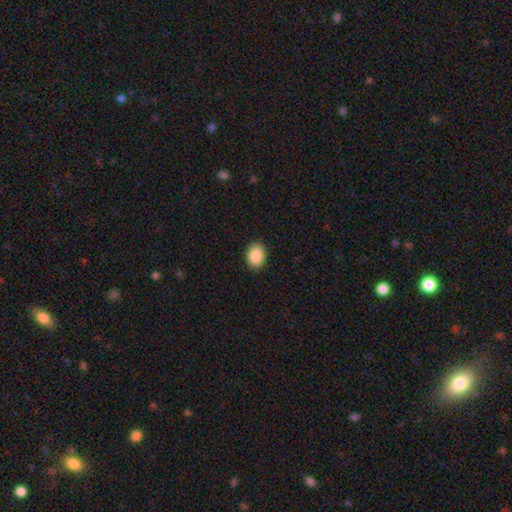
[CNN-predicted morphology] type=smooth (90%); roundness=in between (67%); merging=none (90%).